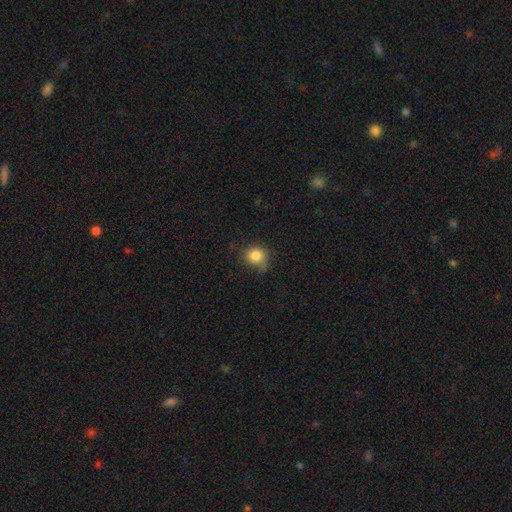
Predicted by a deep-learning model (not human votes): Overall: smooth (83%). How rounded: round (82%). Merging: none (59%; minor disturbance 29%).